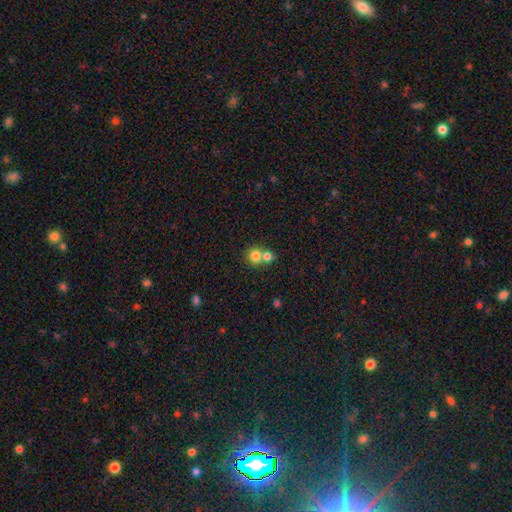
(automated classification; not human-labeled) Smooth or featured? smooth (79%)
How rounded? round (86%)
Merging? merger (48%)